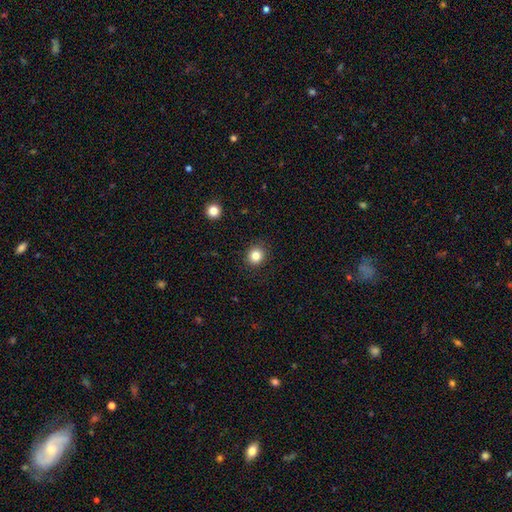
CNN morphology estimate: Smooth or featured: smooth — 83% (star or artifact — 11%)
How rounded: round — 84% (in between — 15%)
Merging: none — 90% (minor disturbance — 7%)